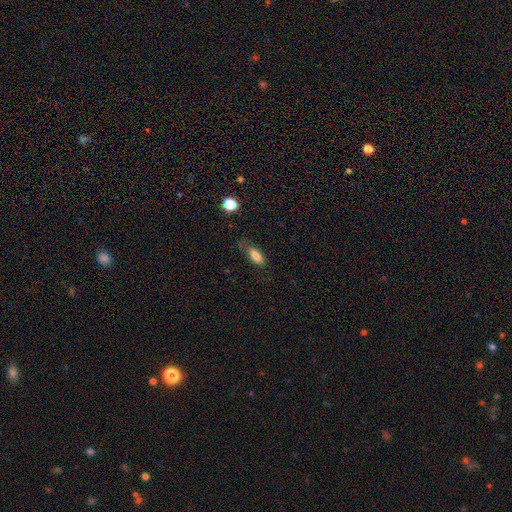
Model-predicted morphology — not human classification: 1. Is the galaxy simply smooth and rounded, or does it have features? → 79% smooth, 13% featured or disk, 9% star or artifact.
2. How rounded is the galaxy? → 81% in between, 16% cigar-shaped, 4% round.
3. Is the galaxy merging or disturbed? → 57% none, 28% minor disturbance, 13% major disturbance, 2% merger.